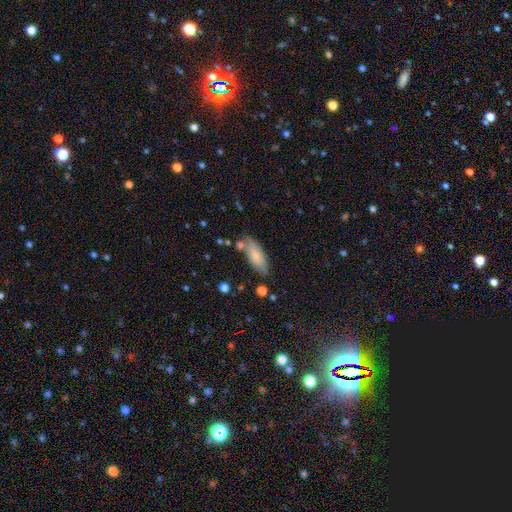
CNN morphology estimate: This appears to be a smooth galaxy with no disk features (81%) that is in between round and cigar-shaped (73%). Merging: none (72%).